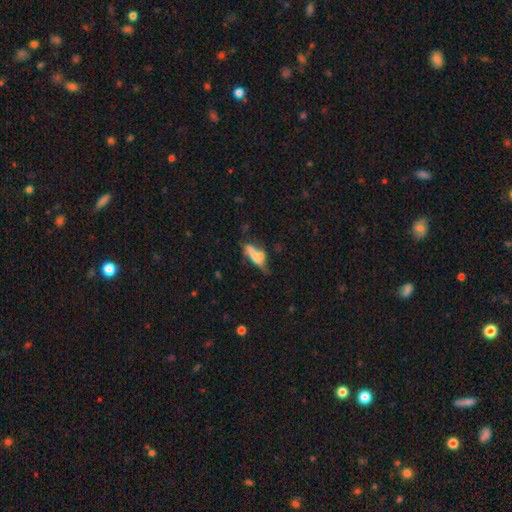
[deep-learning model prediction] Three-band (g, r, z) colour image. It shows a smooth galaxy with no disk features (47%). Merging: none (31%).